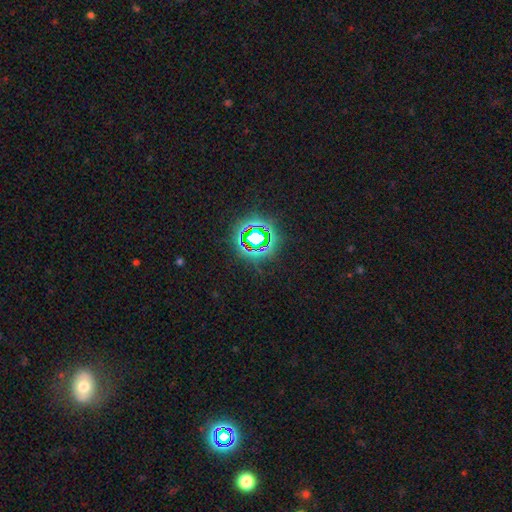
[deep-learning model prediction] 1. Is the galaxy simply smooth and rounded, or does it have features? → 77% star or artifact, 14% smooth, 8% featured or disk.